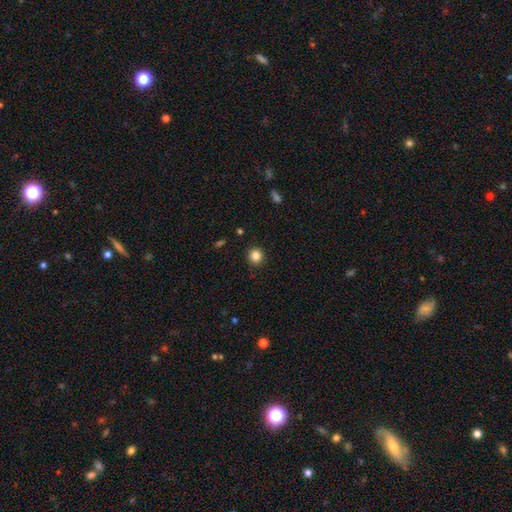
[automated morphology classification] Smooth or featured: smooth — 85% (star or artifact — 11%)
How rounded: round — 91% (in between — 8%)
Merging: none — 91% (minor disturbance — 6%)